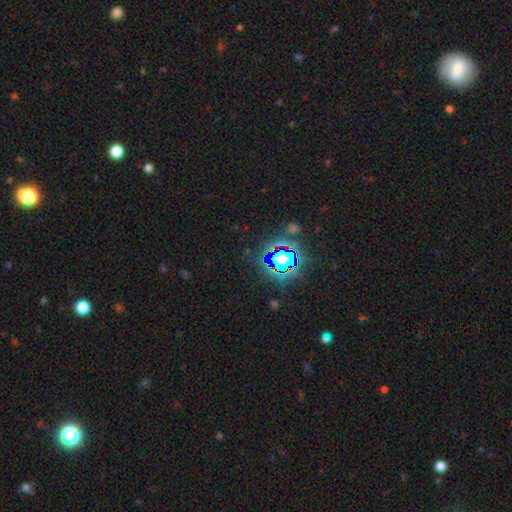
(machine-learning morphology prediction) This appears to be a star or artifact, not a galaxy (79%).